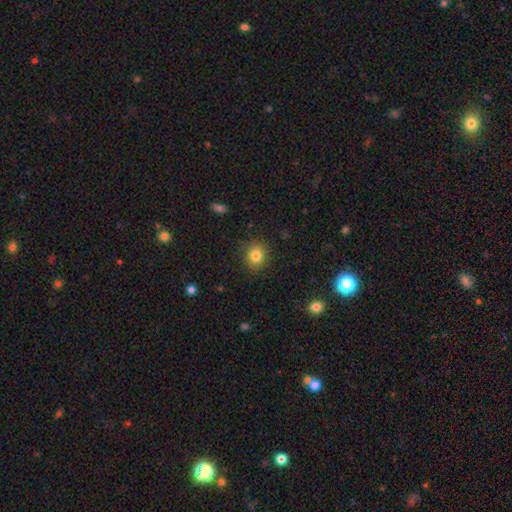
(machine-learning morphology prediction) Smooth or featured?
  - smooth: 83% *
  - star or artifact: 11%
  - featured or disk: 6%
How rounded?
  - round: 79% *
  - in between: 20%
  - cigar-shaped: 1%
Merging?
  - none: 88% *
  - minor disturbance: 8%
  - major disturbance: 3%
  - merger: 1%